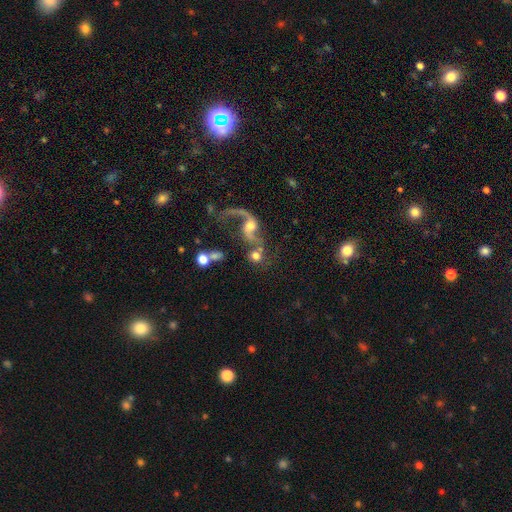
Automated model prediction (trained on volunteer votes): Smooth or featured? Predicted: smooth (p=0.45). Merging? Predicted: none (p=0.46).